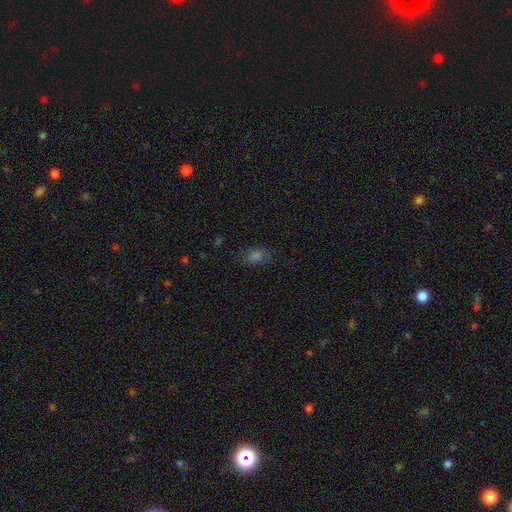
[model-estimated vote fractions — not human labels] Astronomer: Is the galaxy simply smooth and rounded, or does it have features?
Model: smooth — 69%.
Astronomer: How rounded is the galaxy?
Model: in between — 84%.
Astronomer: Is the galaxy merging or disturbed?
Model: none — 76%.